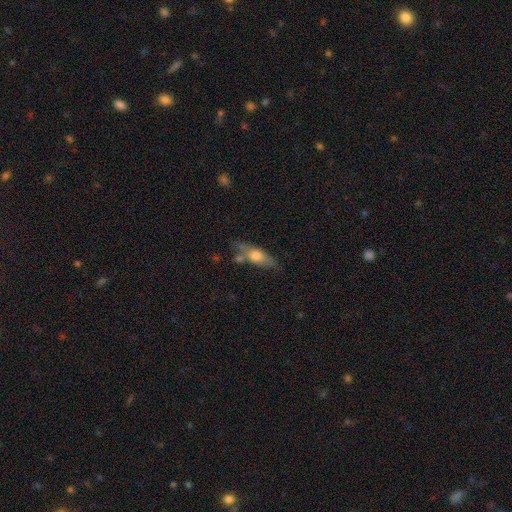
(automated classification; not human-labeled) Q: Smooth or featured?
A: smooth (58%); runner-up: featured or disk (35%)
Q: How rounded?
A: in between (60%); runner-up: cigar-shaped (36%)
Q: Merging?
A: none (55%); runner-up: minor disturbance (22%)